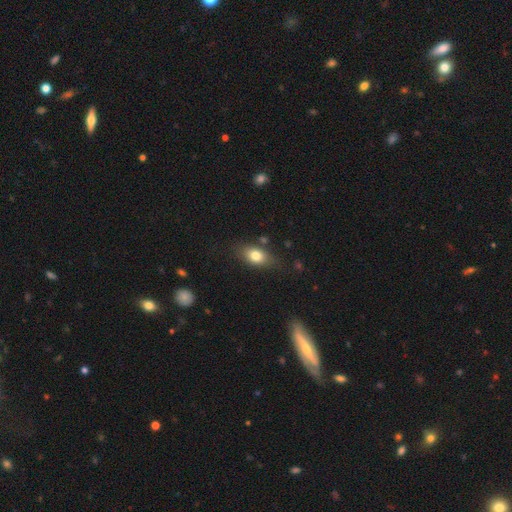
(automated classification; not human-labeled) This appears to be a smooth galaxy with no disk features (78%) that is in between round and cigar-shaped (81%). Merging: none (74%).